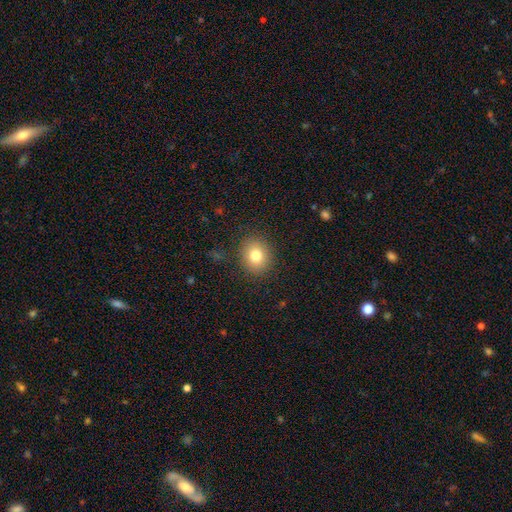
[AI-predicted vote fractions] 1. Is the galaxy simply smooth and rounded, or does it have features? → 79% smooth, 12% star or artifact, 10% featured or disk.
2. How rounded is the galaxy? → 72% round, 27% in between, 1% cigar-shaped.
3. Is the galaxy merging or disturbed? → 88% none, 8% minor disturbance, 3% major disturbance, 1% merger.